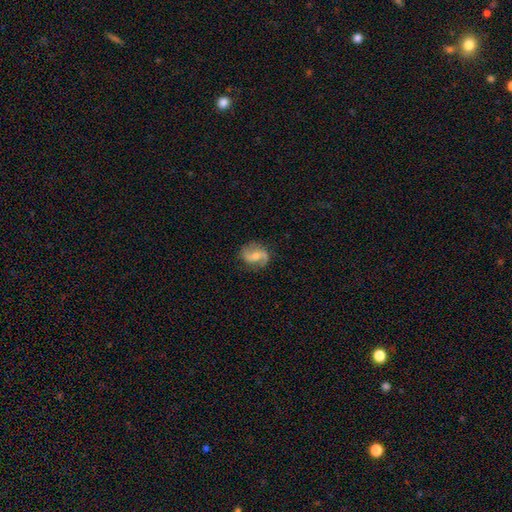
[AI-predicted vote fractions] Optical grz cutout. It shows a featured or disk galaxy (81%) with a weak bar (46%), 2 (91%) medium (46%) spiral arms (96%) and a moderate central bulge (54%). Merging: none (80%).